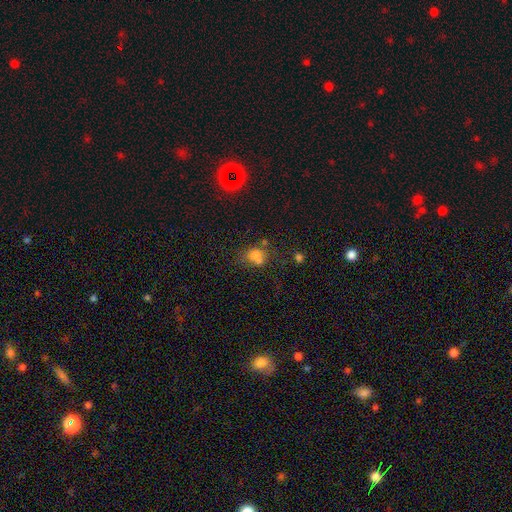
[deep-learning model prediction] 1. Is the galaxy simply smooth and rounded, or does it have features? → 71% smooth, 17% star or artifact, 12% featured or disk.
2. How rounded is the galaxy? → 55% round, 43% in between, 1% cigar-shaped.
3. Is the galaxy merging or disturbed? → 42% none, 27% merger, 19% minor disturbance, 11% major disturbance.